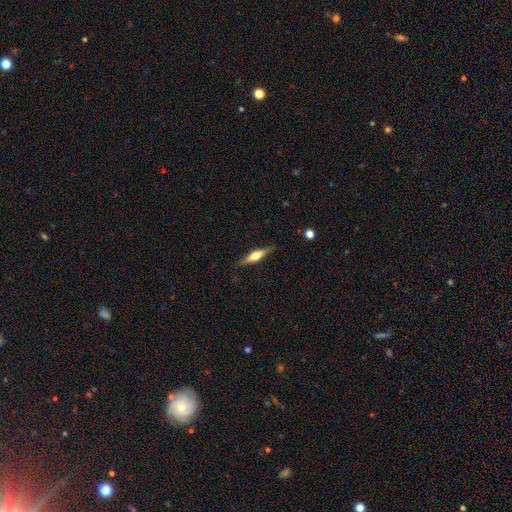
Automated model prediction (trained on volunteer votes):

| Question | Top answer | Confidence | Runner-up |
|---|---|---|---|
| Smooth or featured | featured or disk | 59% | smooth (35%) |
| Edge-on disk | yes | 96% | no (4%) |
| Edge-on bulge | rounded | 89% | boxy (7%) |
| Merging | none | 86% | minor disturbance (10%) |